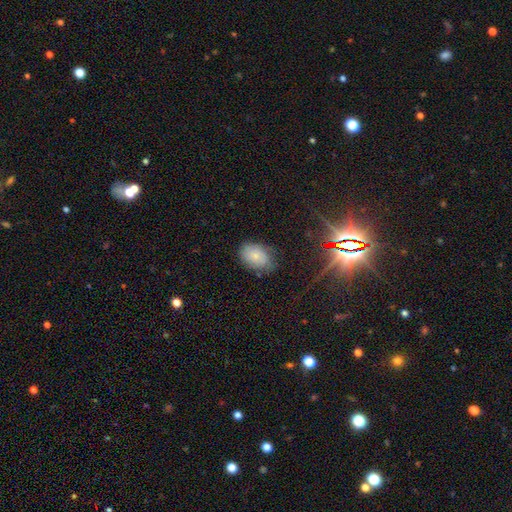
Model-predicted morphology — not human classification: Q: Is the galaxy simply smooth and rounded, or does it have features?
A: smooth — 72%.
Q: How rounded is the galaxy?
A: in between — 86%.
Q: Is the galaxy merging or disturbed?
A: none — 68%.